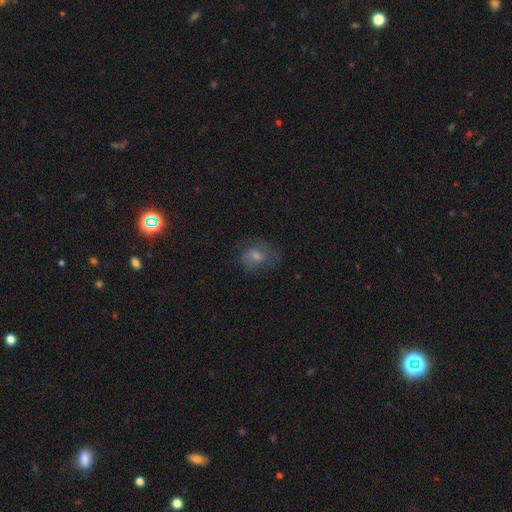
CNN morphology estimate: smooth 42%, featured or disk 34%, star or artifact 24%. Down the decision tree: merging — none (71%).